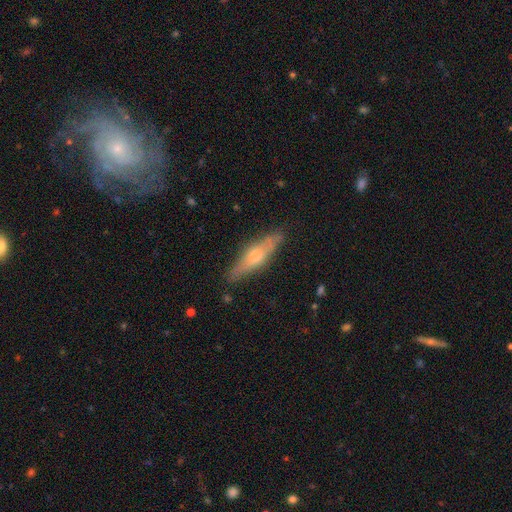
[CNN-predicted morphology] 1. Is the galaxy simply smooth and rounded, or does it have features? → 55% featured or disk, 38% smooth, 7% star or artifact.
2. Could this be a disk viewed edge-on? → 88% yes, 12% no.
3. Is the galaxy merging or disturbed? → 82% none, 14% minor disturbance, 3% major disturbance, 2% merger.